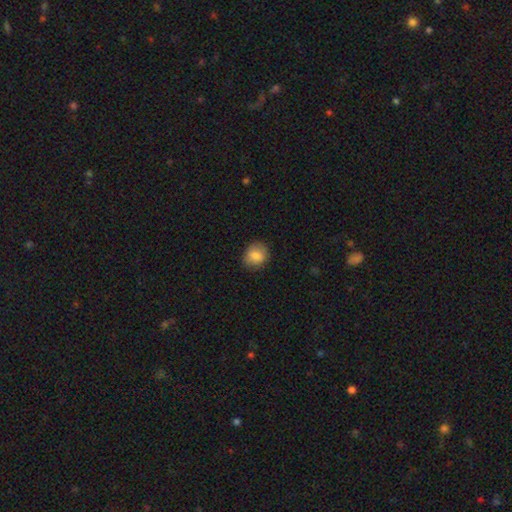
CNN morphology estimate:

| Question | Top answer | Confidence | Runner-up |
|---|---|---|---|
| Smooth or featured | smooth | 83% | featured or disk (9%) |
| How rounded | round | 73% | in between (26%) |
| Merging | none | 83% | minor disturbance (13%) |